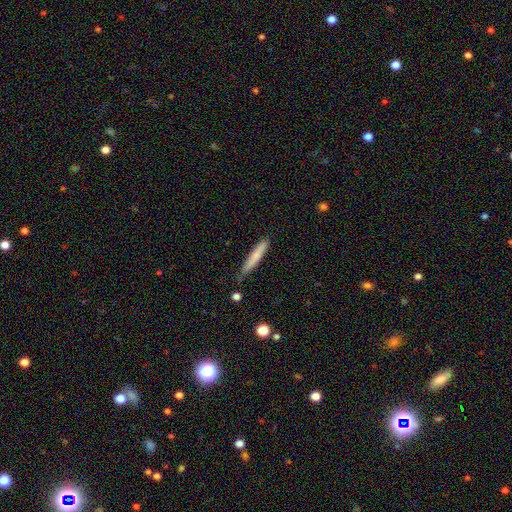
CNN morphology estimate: type=smooth (74%); roundness=cigar-shaped (92%); merging=none (72%).